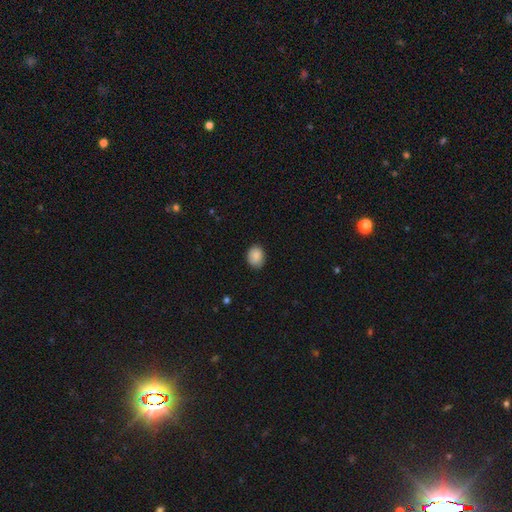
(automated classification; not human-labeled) smooth-or-featured: smooth: 88% | star or artifact: 8% | featured or disk: 5%
  how-rounded: round: 51% | in between: 49% | cigar-shaped: 1%
  merging: none: 78% | minor disturbance: 18% | major disturbance: 3% | merger: 1%